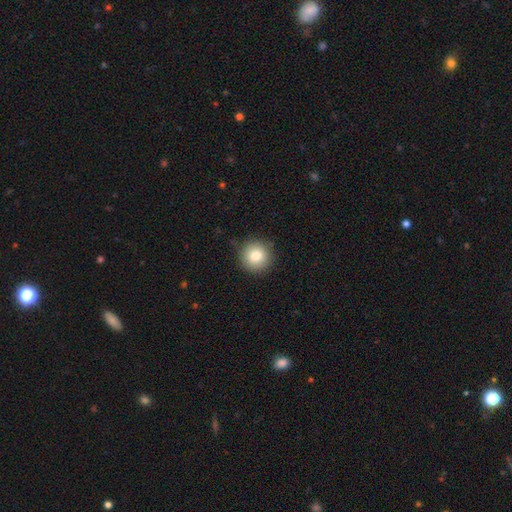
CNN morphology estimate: Q: Smooth or featured?
A: smooth (81%); runner-up: star or artifact (10%)
Q: How rounded?
A: round (94%); runner-up: in between (5%)
Q: Merging?
A: none (89%); runner-up: minor disturbance (8%)